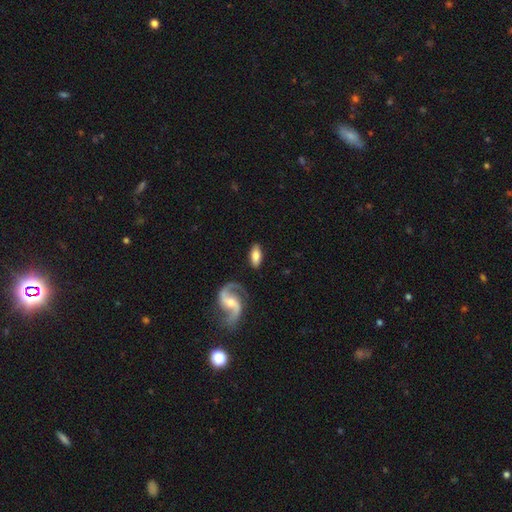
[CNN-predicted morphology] This appears to be a smooth galaxy with no disk features (62%) that is in between round and cigar-shaped (86%). Merging: none (81%).